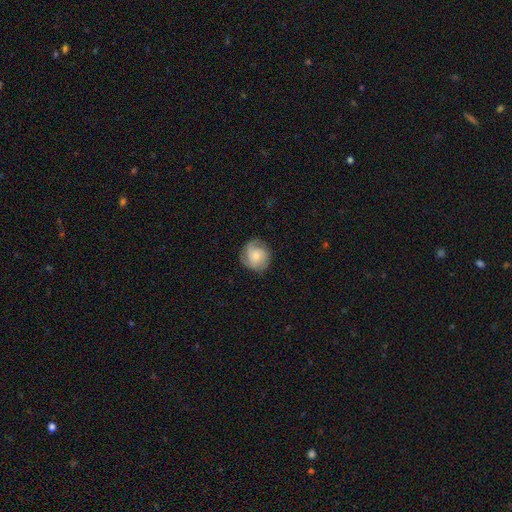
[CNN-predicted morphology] The model was most divided on "smooth or featured": featured or disk: 55%, smooth: 38%, star or artifact: 7%. More confident: edge-on disk — no (98%); spiral arms — yes (91%); merging — none (77%); bar — no (74%); bulge size — small (54%).